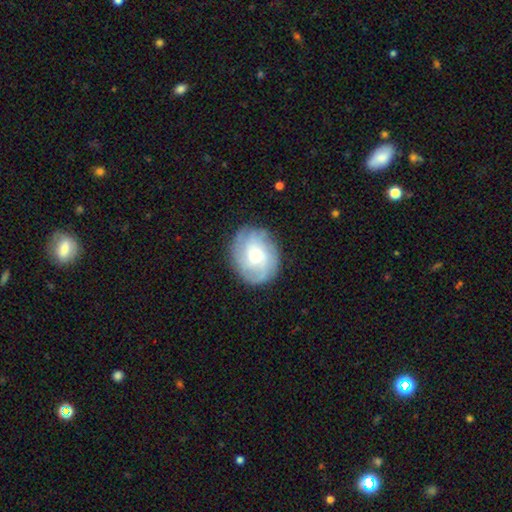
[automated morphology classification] smooth-or-featured: featured or disk: 60% | smooth: 32% | star or artifact: 7%
  disk-edge-on: no: 97% | yes: 3%
    bar: no: 70% | weak: 26% | strong: 4%
    has-spiral-arms: yes: 88% | no: 12%
      spiral-winding: tight: 48% | medium: 36% | loose: 16%
      spiral-arm-count: can't tell: 40% | 3: 21% | 2: 16% | 4: 11% | 1: 6% | more than 4: 6%
    bulge-size: moderate: 48% | large: 24% | small: 22% | none: 3% | dominant: 3%
  merging: none: 77% | minor disturbance: 15% | major disturbance: 6% | merger: 1%